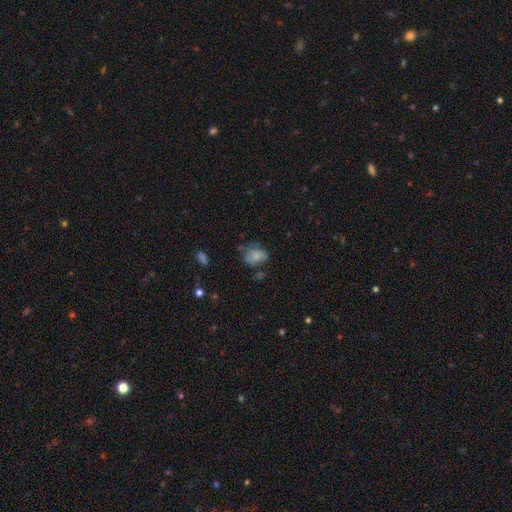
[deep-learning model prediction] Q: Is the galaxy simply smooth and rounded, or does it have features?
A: smooth — 69%.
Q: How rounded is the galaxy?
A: in between — 67%.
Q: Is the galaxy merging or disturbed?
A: none — 43%.